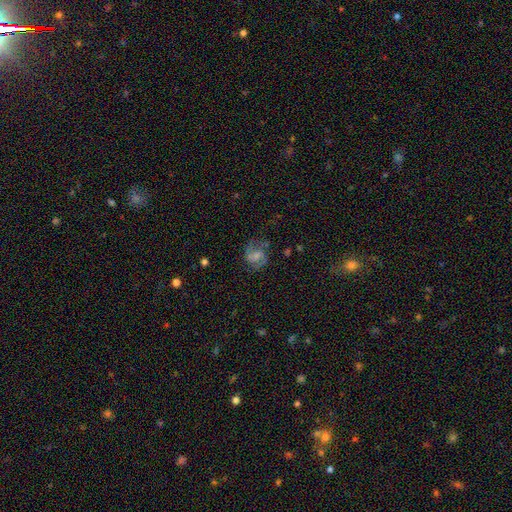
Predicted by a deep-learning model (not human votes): Q: Smooth or featured?
A: featured or disk (67%); runner-up: smooth (23%)
Q: Edge-on disk?
A: no (98%); runner-up: yes (2%)
Q: Bar?
A: no (45%); runner-up: weak (44%)
Q: Spiral arms?
A: yes (90%); runner-up: no (10%)
Q: Spiral winding?
A: medium (52%); runner-up: loose (29%)
Q: Spiral arm count?
A: 2 (83%); runner-up: can't tell (8%)
Q: Bulge size?
A: small (39%); runner-up: moderate (31%)
Q: Merging?
A: none (60%); runner-up: minor disturbance (21%)